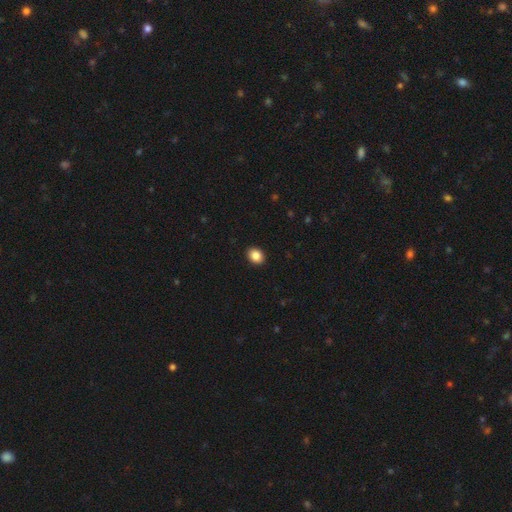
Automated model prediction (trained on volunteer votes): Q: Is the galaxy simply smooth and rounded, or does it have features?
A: smooth — 87%.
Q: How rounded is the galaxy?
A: in between — 56%.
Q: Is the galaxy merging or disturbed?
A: none — 92%.